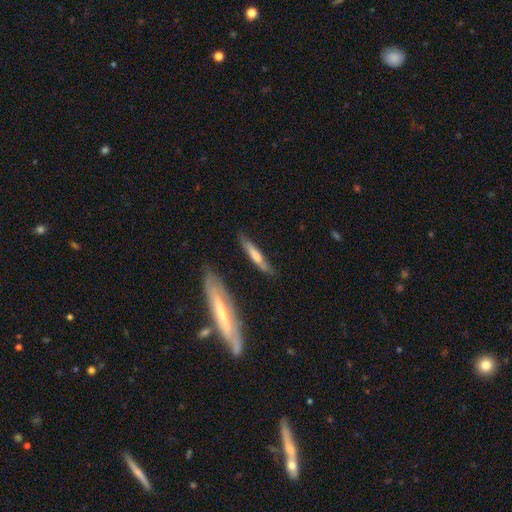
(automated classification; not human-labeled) Smooth or featured? smooth (54%)
How rounded? cigar-shaped (89%)
Merging? none (77%)